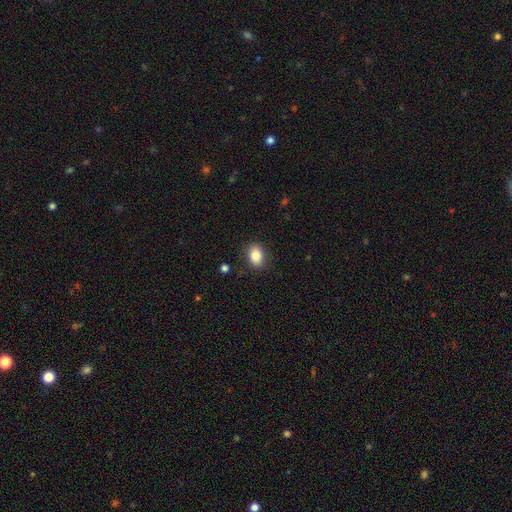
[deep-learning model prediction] smooth 85%, star or artifact 9%, featured or disk 6%. Down the decision tree: how rounded — in between (73%); merging — none (86%).